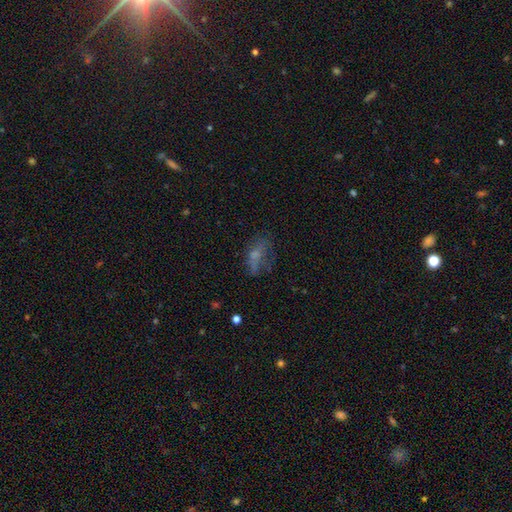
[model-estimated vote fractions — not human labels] Smooth or featured: smooth — 52% (featured or disk — 31%)
How rounded: in between — 78% (cigar-shaped — 11%)
Merging: none — 44% (major disturbance — 28%)